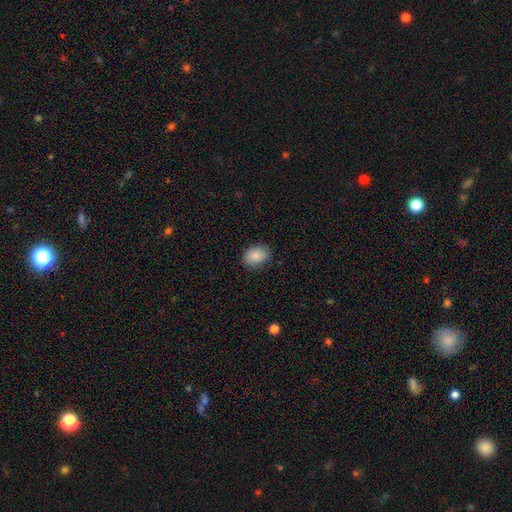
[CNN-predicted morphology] smooth_or_featured: smooth (p=0.84) [alt: featured or disk p=0.09]
how_rounded: in between (p=0.66) [alt: round p=0.33]
merging: none (p=0.81) [alt: minor disturbance p=0.15]